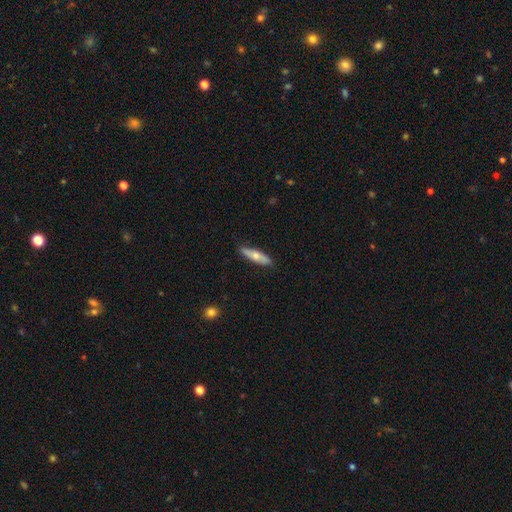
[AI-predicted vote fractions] Morphology: type=smooth (59%); roundness=cigar-shaped (74%); merging=none (87%).